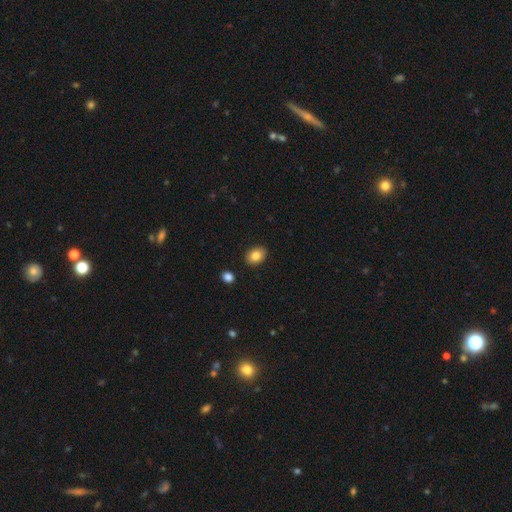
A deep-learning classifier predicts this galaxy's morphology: Smooth or featured?
  - smooth: 85% *
  - star or artifact: 8%
  - featured or disk: 7%
How rounded?
  - in between: 72% *
  - round: 27%
  - cigar-shaped: 1%
Merging?
  - none: 89% *
  - minor disturbance: 7%
  - merger: 2%
  - major disturbance: 2%